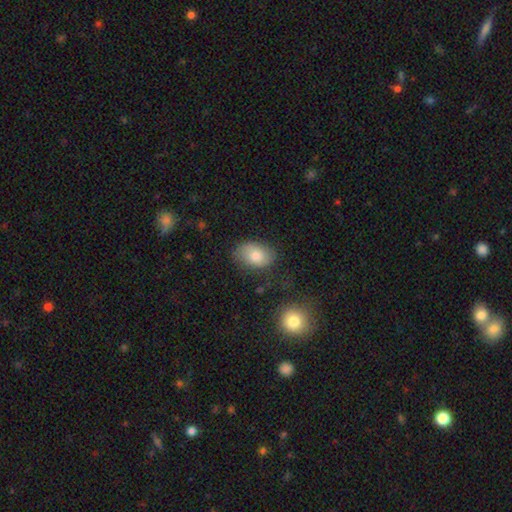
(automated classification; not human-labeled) This is likely a smooth galaxy (78%). How rounded: clearly in between (84%). Merging: likely none (75%).